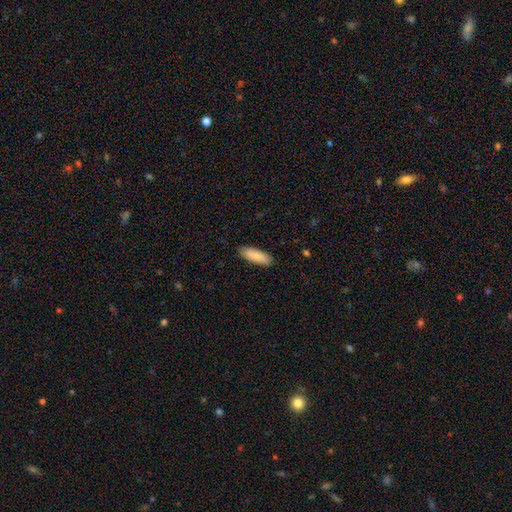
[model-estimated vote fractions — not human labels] smooth-or-featured: smooth: 87% | featured or disk: 7% | star or artifact: 6%
  how-rounded: in between: 57% | cigar-shaped: 42% | round: 1%
  merging: none: 85% | minor disturbance: 12% | major disturbance: 2% | merger: 1%